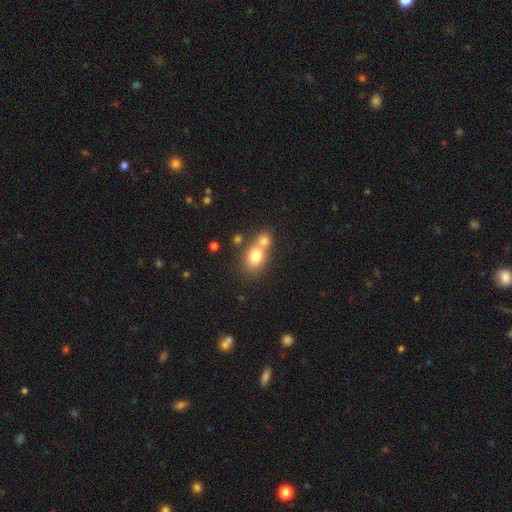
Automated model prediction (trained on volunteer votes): smooth 75%, featured or disk 15%, star or artifact 10%. Down the decision tree: how rounded — in between (61%); merging — merger (61%).